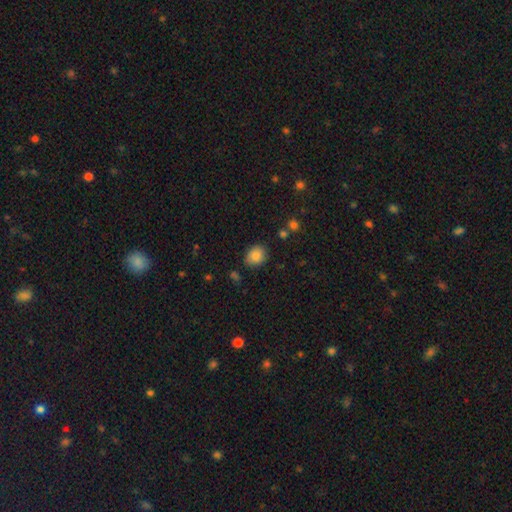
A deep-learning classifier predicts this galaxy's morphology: Smooth or featured: smooth — 83% (star or artifact — 9%)
How rounded: round — 57% (in between — 42%)
Merging: none — 80% (minor disturbance — 15%)